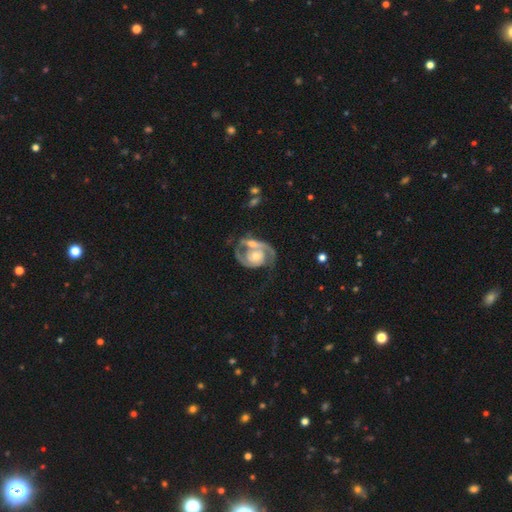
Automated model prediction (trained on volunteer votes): featured or disk 88%, smooth 7%, star or artifact 5%. Down the decision tree: edge-on disk — no (98%); bar — no (68%); spiral arms — yes (95%); spiral arm count — 2 (81%); spiral winding — medium (44%); bulge size — moderate (46%); merging — none (42%).